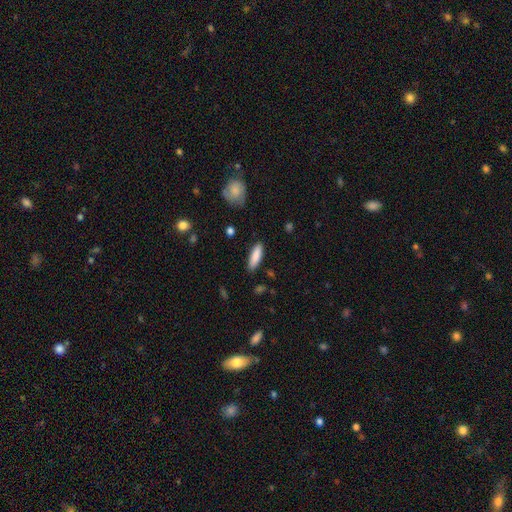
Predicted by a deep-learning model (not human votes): smooth_or_featured: smooth (p=0.86) [alt: featured or disk p=0.08]
how_rounded: cigar-shaped (p=0.52) [alt: in between p=0.47]
merging: none (p=0.87) [alt: minor disturbance p=0.10]